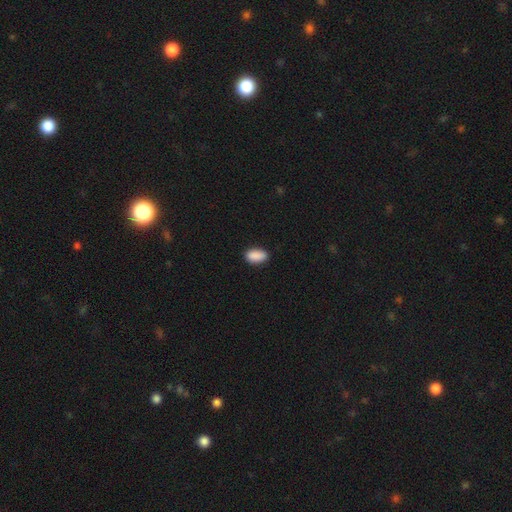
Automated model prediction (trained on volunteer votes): Q: Smooth or featured?
A: smooth (90%); runner-up: star or artifact (7%)
Q: How rounded?
A: in between (93%); runner-up: round (4%)
Q: Merging?
A: none (87%); runner-up: minor disturbance (10%)